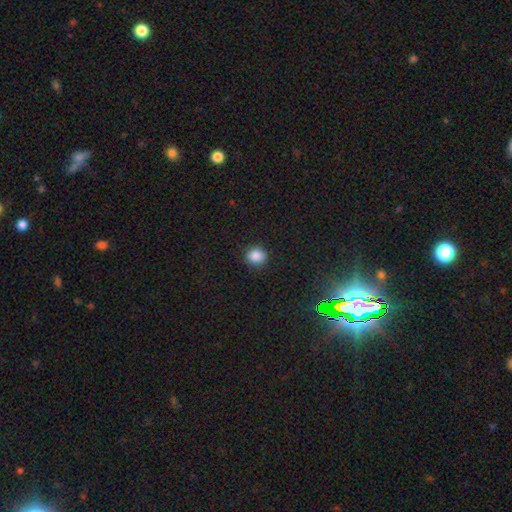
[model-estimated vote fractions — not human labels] A smooth galaxy with no disk features (86%) that is round (85%). Merging: none (88%).